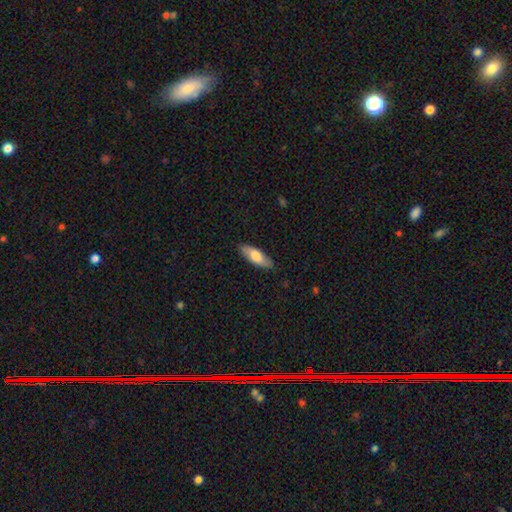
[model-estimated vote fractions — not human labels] smooth 66%, featured or disk 28%, star or artifact 5%. Down the decision tree: how rounded — in between (65%); merging — none (86%).